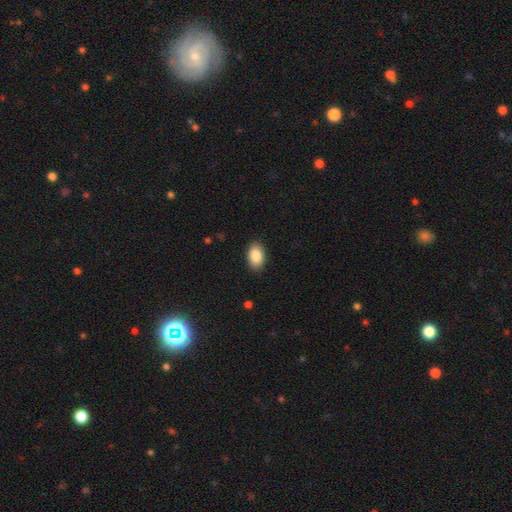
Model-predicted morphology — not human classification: A smooth galaxy with no disk features (87%) that is in between round and cigar-shaped (91%). Merging: none (89%).